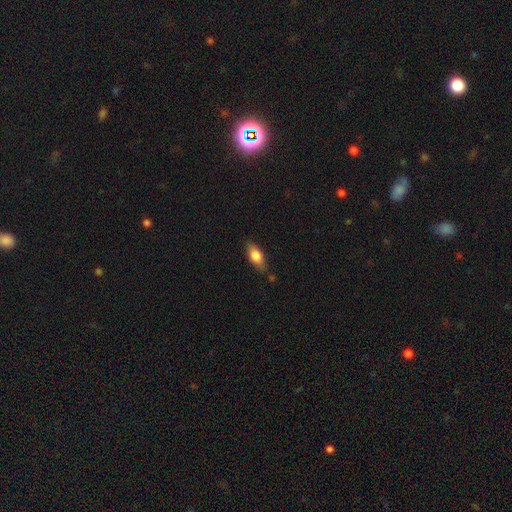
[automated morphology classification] smooth 75%, featured or disk 18%, star or artifact 7%. Down the decision tree: how rounded — in between (82%); merging — none (75%).